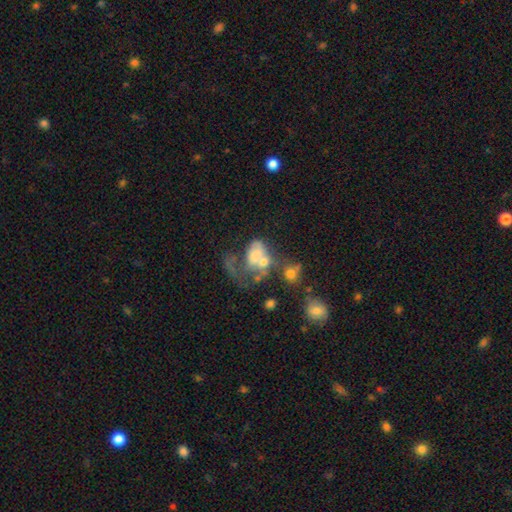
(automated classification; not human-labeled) A smooth galaxy with no disk features (49%).

Vote fractions:
- Smooth or featured? smooth: 49% / featured or disk: 39% / star or artifact: 12%
- Merging? merger: 43% / major disturbance: 36% / none: 12% / minor disturbance: 9%